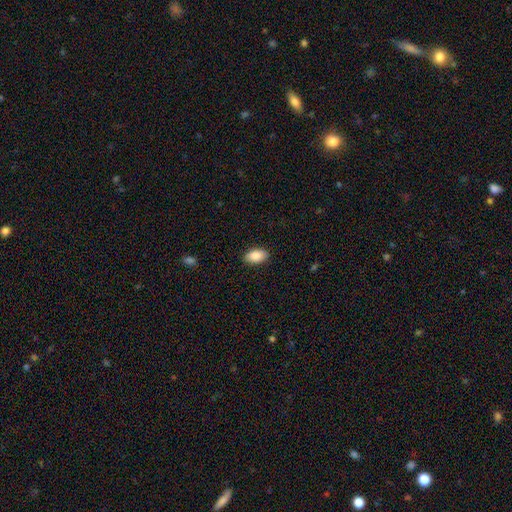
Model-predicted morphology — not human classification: A smooth galaxy with no disk features (89%) that is in between round and cigar-shaped (93%). Merging: none (88%).